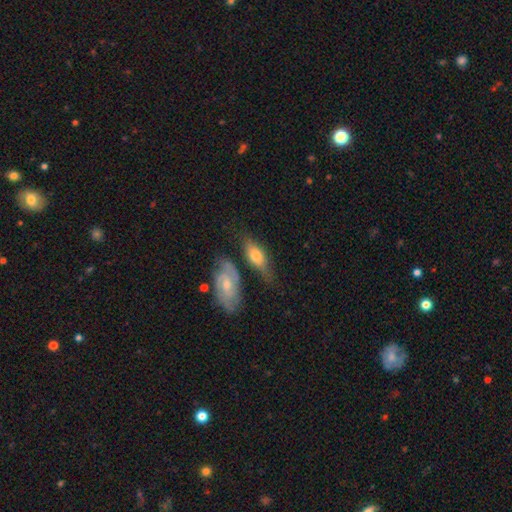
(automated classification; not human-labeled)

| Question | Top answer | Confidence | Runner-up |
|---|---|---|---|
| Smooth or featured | smooth | 57% | featured or disk (36%) |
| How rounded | in between | 74% | cigar-shaped (21%) |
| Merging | none | 53% | minor disturbance (22%) |